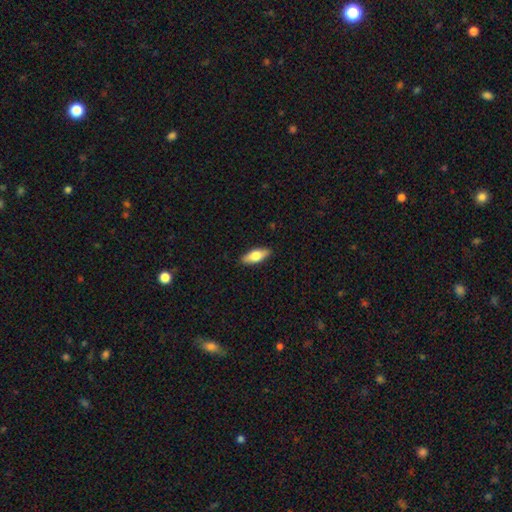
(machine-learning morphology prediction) smooth_or_featured: smooth (p=0.65) [alt: featured or disk p=0.29]
how_rounded: in between (p=0.71) [alt: cigar-shaped p=0.26]
merging: none (p=0.89) [alt: minor disturbance p=0.09]